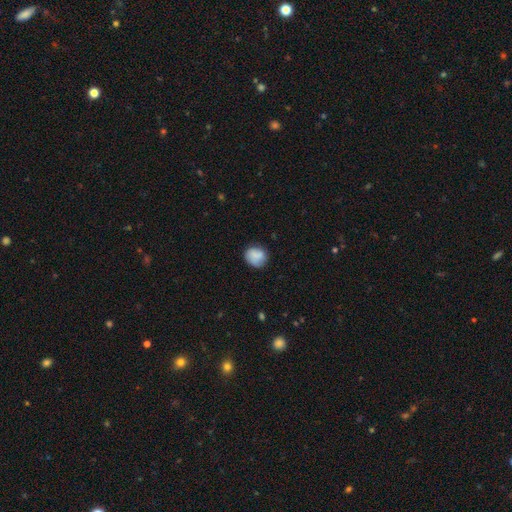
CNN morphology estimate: smooth-or-featured: smooth: 78% | featured or disk: 14% | star or artifact: 8%
  how-rounded: round: 76% | in between: 23% | cigar-shaped: 1%
  merging: none: 70% | minor disturbance: 22% | major disturbance: 6% | merger: 3%